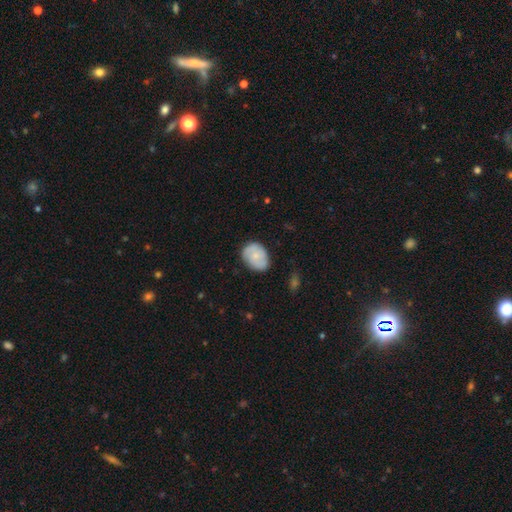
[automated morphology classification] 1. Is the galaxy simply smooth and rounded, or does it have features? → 65% smooth, 29% featured or disk, 7% star or artifact.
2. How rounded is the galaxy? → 67% in between, 32% round, 1% cigar-shaped.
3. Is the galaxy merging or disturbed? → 69% none, 24% minor disturbance, 5% major disturbance, 2% merger.